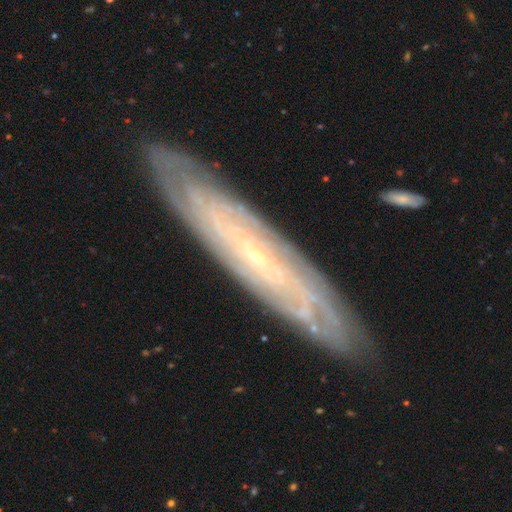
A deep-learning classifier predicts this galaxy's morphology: The model was most divided on "bar": no: 59%, weak: 29%, strong: 12%. More confident: spiral arms — yes (94%); bulge size — small (87%); merging — none (86%); smooth or featured — featured or disk (85%); spiral winding — tight (81%); edge-on disk — no (70%); spiral arm count — can't tell (51%).